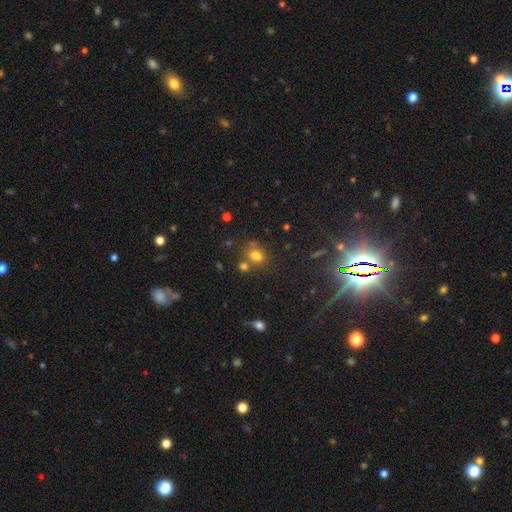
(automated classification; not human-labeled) This is likely a smooth galaxy (71%). How rounded: likely in between (61%). Merging: possibly none (55%).